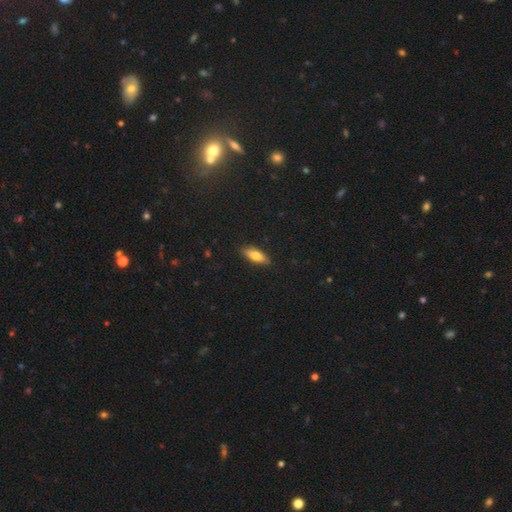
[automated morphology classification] Q: Smooth or featured?
A: smooth (71%); runner-up: featured or disk (22%)
Q: How rounded?
A: in between (58%); runner-up: cigar-shaped (40%)
Q: Merging?
A: none (89%); runner-up: minor disturbance (8%)